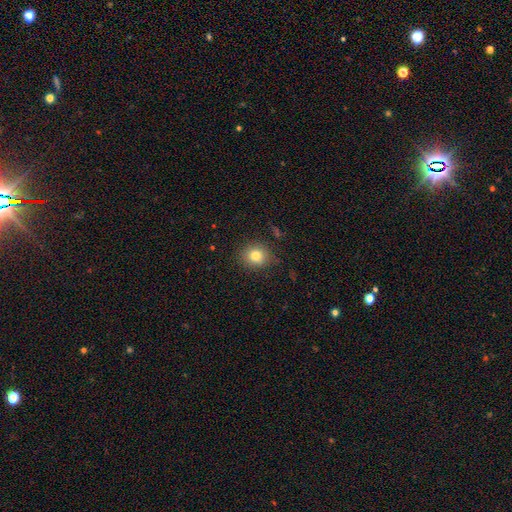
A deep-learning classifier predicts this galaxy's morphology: A smooth galaxy with no disk features (81%) that is round (83%). Merging: none (86%).